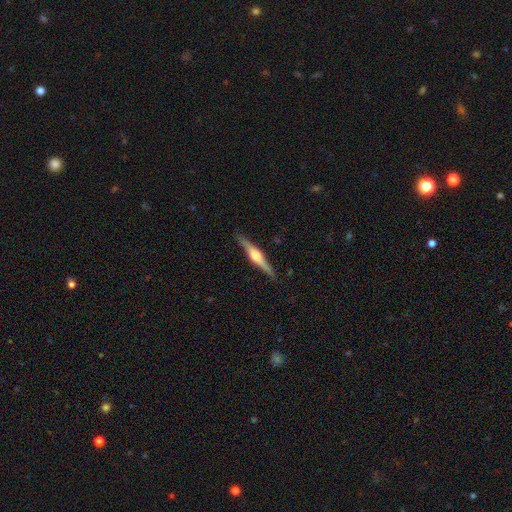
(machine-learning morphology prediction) type=featured or disk (77%); edge-on=yes (98%); edge-on bulge=rounded (84%); merging=none (90%).